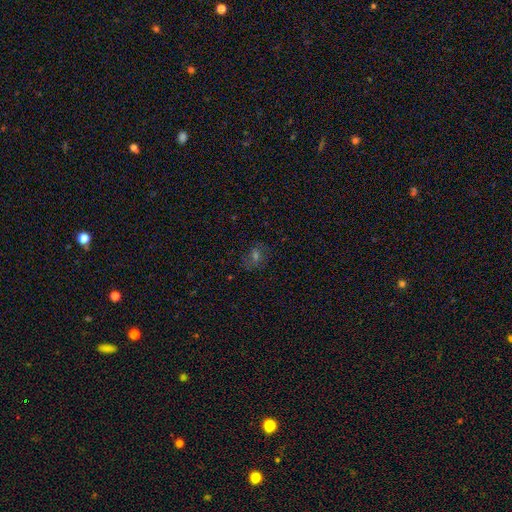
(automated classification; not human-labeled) The model was most divided on "smooth or featured": smooth: 42%, star or artifact: 31%, featured or disk: 27%. More confident: merging — none (76%).